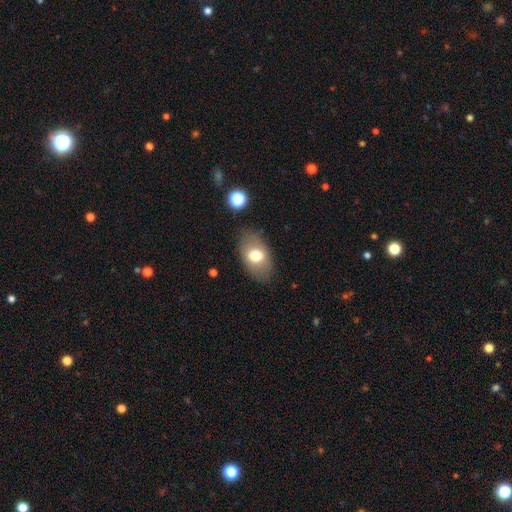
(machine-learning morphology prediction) smooth_or_featured: smooth (p=0.69) [alt: featured or disk p=0.23]
how_rounded: in between (p=0.88) [alt: round p=0.10]
merging: none (p=0.79) [alt: minor disturbance p=0.14]